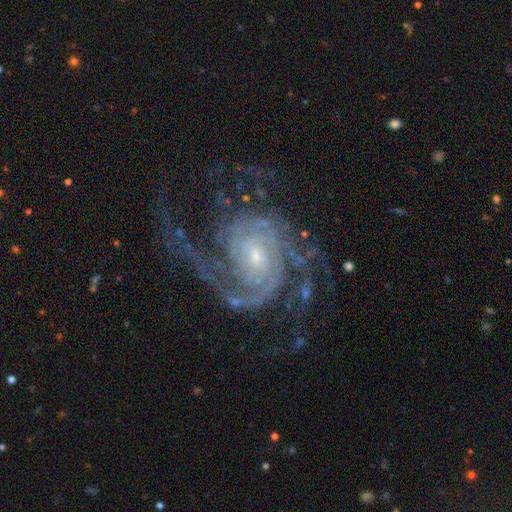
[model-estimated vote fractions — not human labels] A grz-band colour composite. It shows a featured or disk galaxy (92%) with no bar (62%), 2 (48%) tight (44%) spiral arms (98%) and a small central bulge (71%). Merging: none (60%).